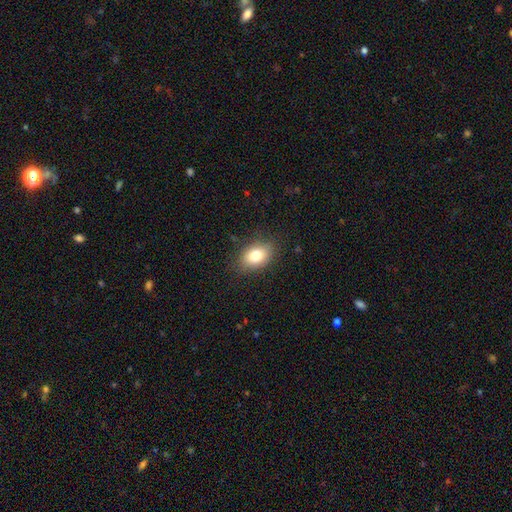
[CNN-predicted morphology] The model was most divided on "how rounded": in between: 81%, round: 17%, cigar-shaped: 2%. More confident: merging — none (83%); smooth or featured — smooth (79%).